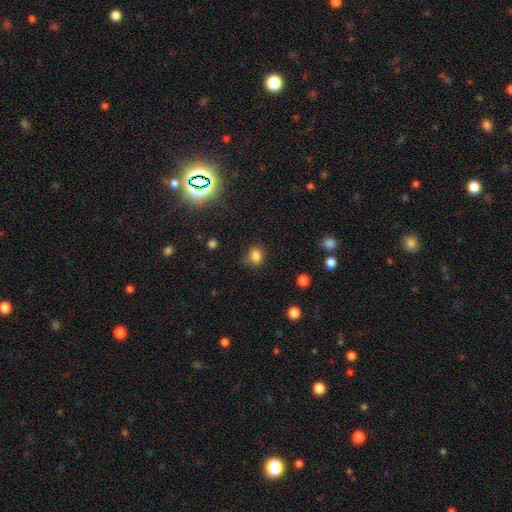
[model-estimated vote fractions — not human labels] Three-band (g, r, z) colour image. It shows a smooth galaxy with no disk features (82%) that is in between round and cigar-shaped (51%). Merging: none (77%).